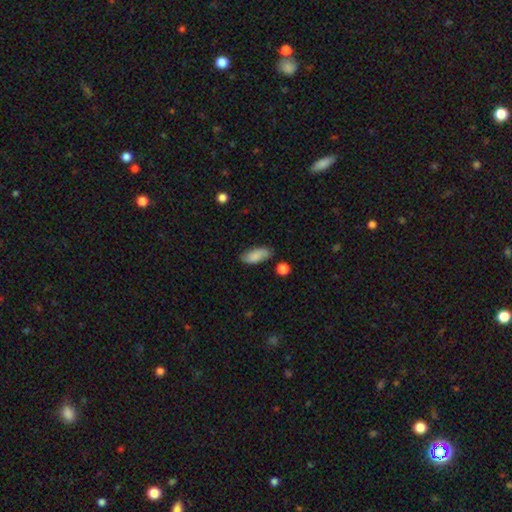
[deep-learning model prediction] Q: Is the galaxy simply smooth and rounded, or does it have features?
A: smooth — 81%.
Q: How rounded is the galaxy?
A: in between — 84%.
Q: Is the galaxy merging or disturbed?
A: none — 77%.